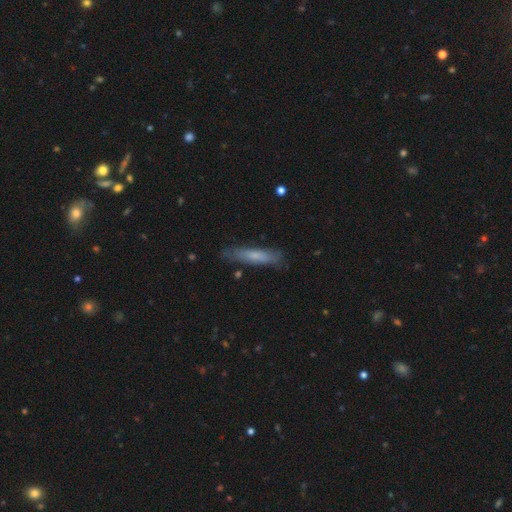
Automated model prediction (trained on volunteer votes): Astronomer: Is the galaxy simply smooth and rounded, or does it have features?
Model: smooth — 61%.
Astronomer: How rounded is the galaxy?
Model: cigar-shaped — 85%.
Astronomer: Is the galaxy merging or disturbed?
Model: none — 80%.